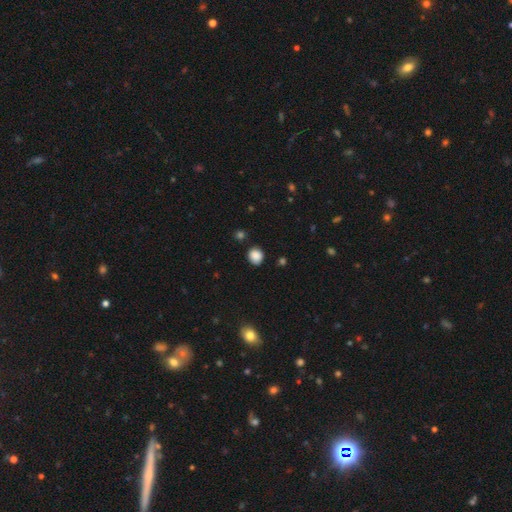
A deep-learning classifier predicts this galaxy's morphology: Smooth or featured?
  - smooth: 87% *
  - star or artifact: 10%
  - featured or disk: 3%
How rounded?
  - round: 73% *
  - in between: 26%
  - cigar-shaped: 1%
Merging?
  - none: 85% *
  - minor disturbance: 10%
  - major disturbance: 3%
  - merger: 2%